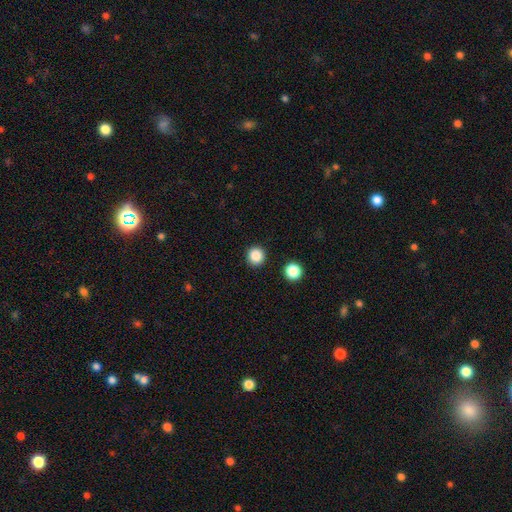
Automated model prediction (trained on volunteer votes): Q: Smooth or featured?
A: smooth (86%); runner-up: star or artifact (11%)
Q: How rounded?
A: round (95%); runner-up: in between (4%)
Q: Merging?
A: none (91%); runner-up: minor disturbance (5%)